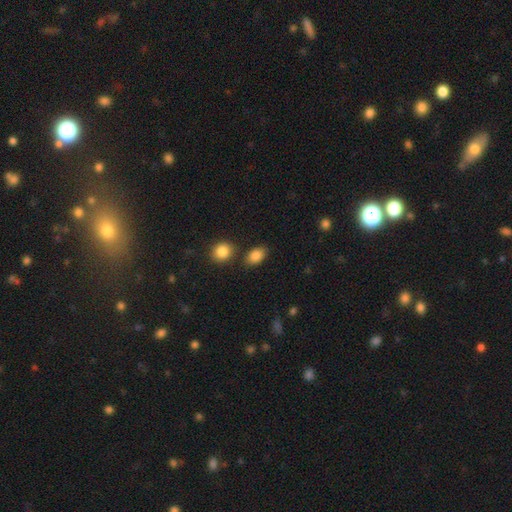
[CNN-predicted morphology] smooth 86%, star or artifact 8%, featured or disk 5%. Down the decision tree: how rounded — in between (84%); merging — none (76%).